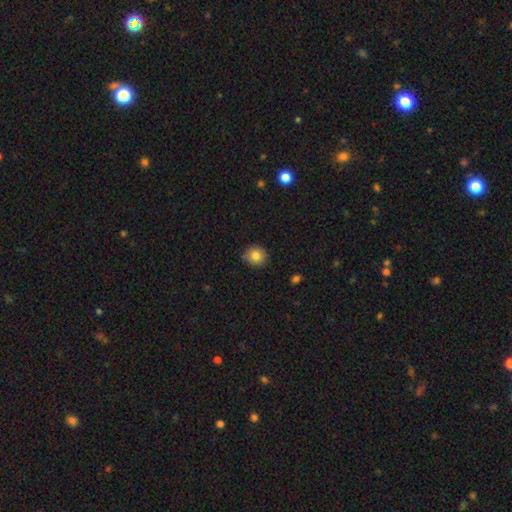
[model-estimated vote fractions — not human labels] Smooth or featured: smooth — 82% (star or artifact — 10%)
How rounded: round — 84% (in between — 15%)
Merging: none — 76% (minor disturbance — 20%)